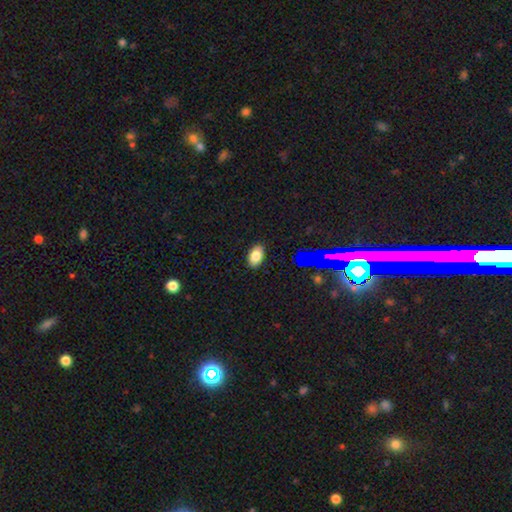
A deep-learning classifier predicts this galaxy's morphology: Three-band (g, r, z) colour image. It shows a smooth galaxy with no disk features (79%) that is in between round and cigar-shaped (91%). Merging: none (88%).